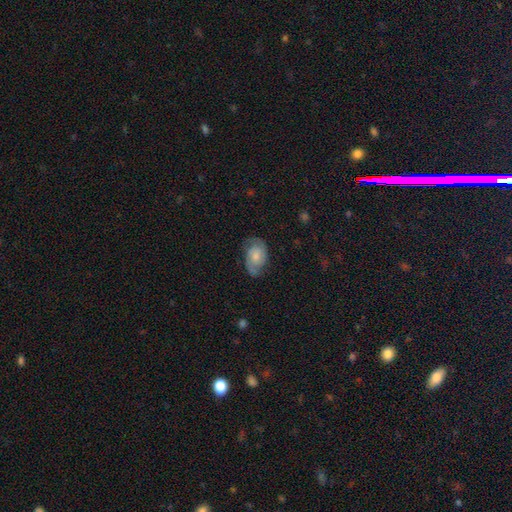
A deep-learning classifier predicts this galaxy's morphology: This appears to be a featured or disk galaxy (70%) with no bar (70%), 2 (85%) medium (45%) spiral arms (93%) and a moderate central bulge (44%). Merging: none (72%).